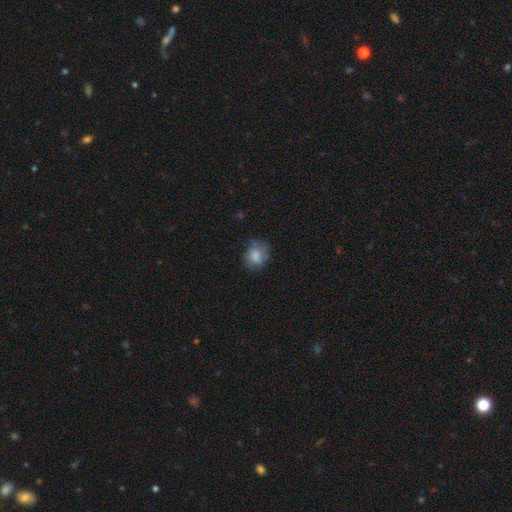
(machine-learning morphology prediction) Overall: smooth (76%). How rounded: round (59%; in between 40%). Merging: none (64%; minor disturbance 25%).